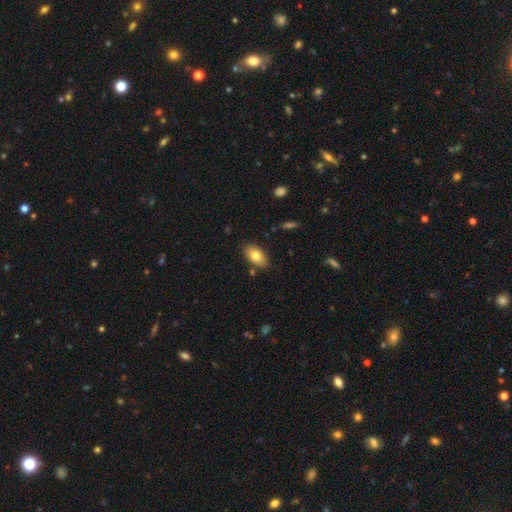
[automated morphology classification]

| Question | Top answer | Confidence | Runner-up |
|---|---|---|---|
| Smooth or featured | smooth | 78% | featured or disk (15%) |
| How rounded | in between | 92% | round (5%) |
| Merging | none | 82% | minor disturbance (12%) |